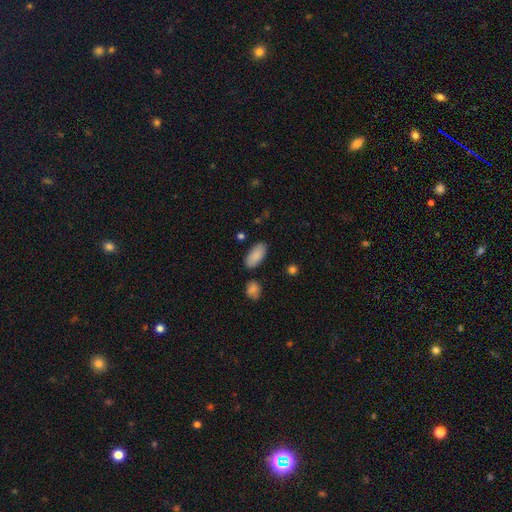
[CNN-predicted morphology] smooth-or-featured: smooth: 88% | star or artifact: 6% | featured or disk: 5%
  how-rounded: in between: 91% | cigar-shaped: 7% | round: 2%
  merging: none: 83% | minor disturbance: 11% | merger: 4% | major disturbance: 3%